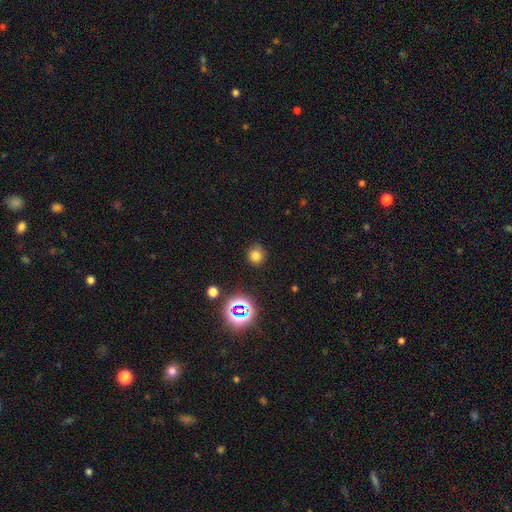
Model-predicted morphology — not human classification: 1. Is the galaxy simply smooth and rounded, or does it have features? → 73% smooth, 20% star or artifact, 6% featured or disk.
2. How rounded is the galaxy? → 89% round, 10% in between, 1% cigar-shaped.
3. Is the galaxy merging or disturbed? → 81% none, 13% minor disturbance, 4% major disturbance, 2% merger.